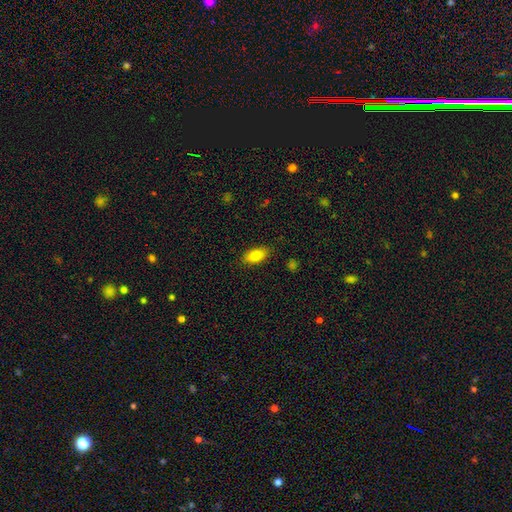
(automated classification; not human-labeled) Q: Smooth or featured?
A: smooth (82%); runner-up: featured or disk (11%)
Q: How rounded?
A: in between (89%); runner-up: cigar-shaped (7%)
Q: Merging?
A: none (87%); runner-up: minor disturbance (10%)